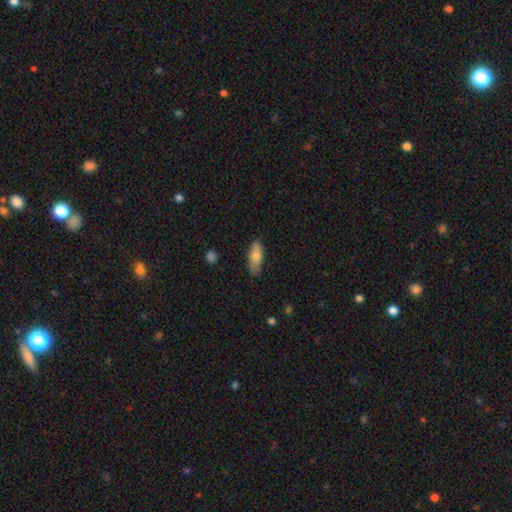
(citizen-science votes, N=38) Smooth or featured: smooth — 79% (featured or disk — 16%)
How rounded: in between — 63% (cigar-shaped — 33%)
Merging: none — 81% (minor disturbance — 11%)